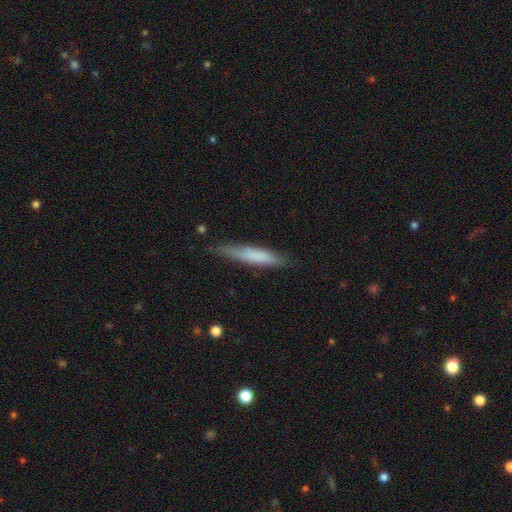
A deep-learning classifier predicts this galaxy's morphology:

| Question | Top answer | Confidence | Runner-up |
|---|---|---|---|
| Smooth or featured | smooth | 67% | featured or disk (27%) |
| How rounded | cigar-shaped | 91% | in between (8%) |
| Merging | none | 79% | minor disturbance (16%) |